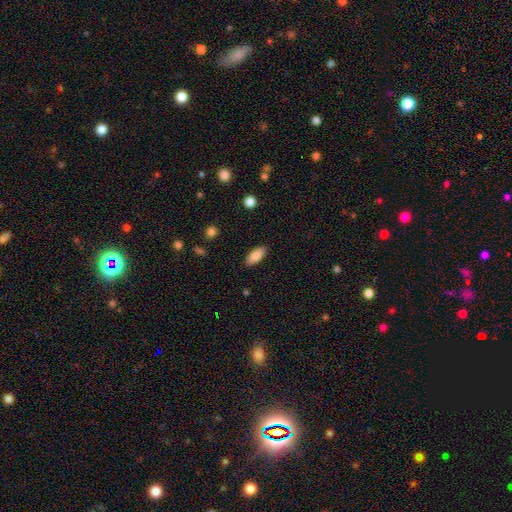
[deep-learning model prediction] A smooth galaxy with no disk features (86%) that is in between round and cigar-shaped (86%). Merging: none (88%).